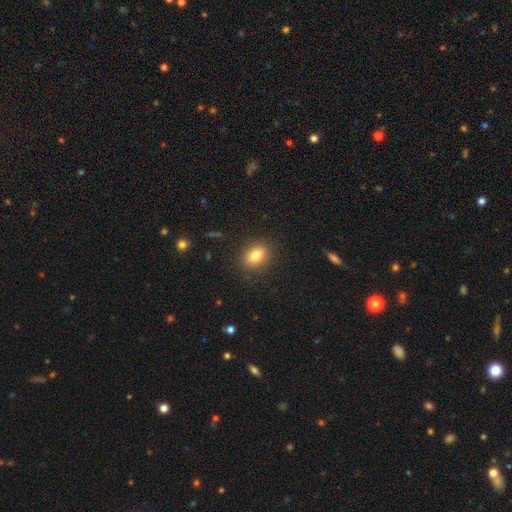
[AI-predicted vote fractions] Smooth or featured? Predicted: smooth (p=0.78). How rounded? Predicted: in between (p=0.71). Merging? Predicted: none (p=0.87).